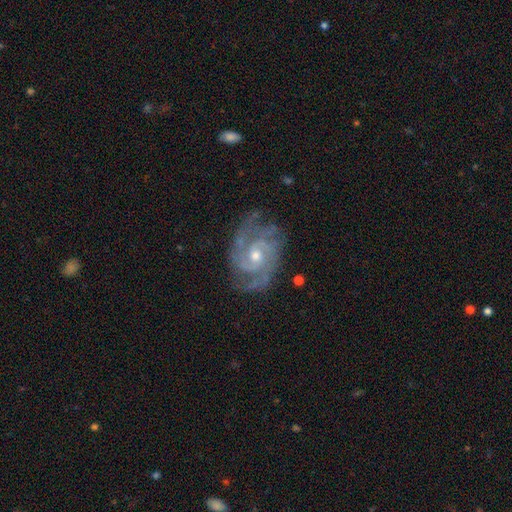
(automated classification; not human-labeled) smooth_or_featured: featured or disk (p=0.91) [alt: star or artifact p=0.05]
disk_edge_on: no (p=0.97) [alt: yes p=0.03]
bar: no (p=0.63) [alt: weak p=0.31]
has_spiral_arms: yes (p=0.98) [alt: no p=0.02]
spiral_winding: tight (p=0.53) [alt: medium p=0.41]
spiral_arm_count: 2 (p=0.46) [alt: 3 p=0.26]
bulge_size: moderate (p=0.56) [alt: small p=0.41]
merging: none (p=0.73) [alt: minor disturbance p=0.19]